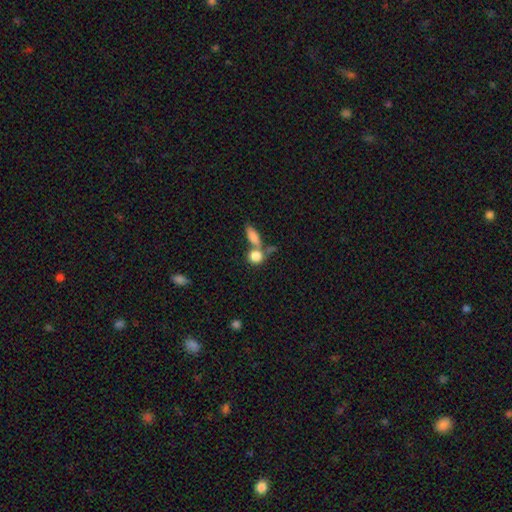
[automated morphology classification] smooth_or_featured: smooth (p=0.82) [alt: featured or disk p=0.09]
how_rounded: round (p=0.61) [alt: in between p=0.33]
merging: merger (p=0.45) [alt: none p=0.41]